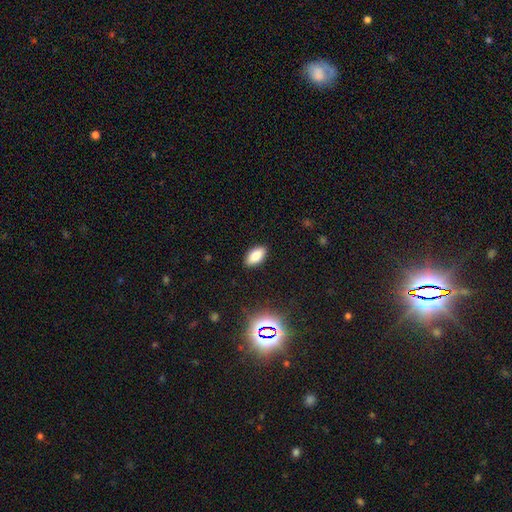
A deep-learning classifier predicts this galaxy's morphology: Overall: smooth (81%). How rounded: in between (92%). Merging: none (89%).